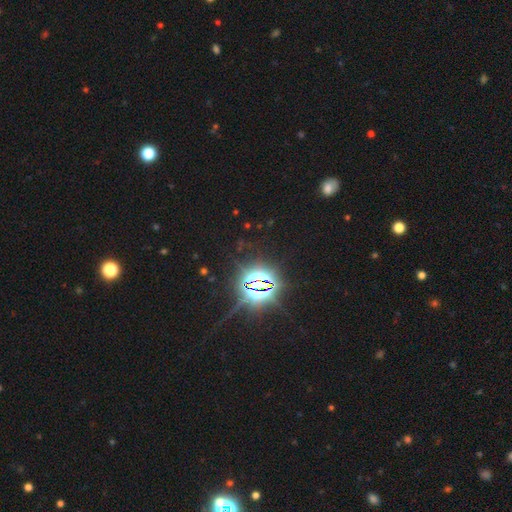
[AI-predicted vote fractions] A star or artifact, not a galaxy (87%).

Vote fractions:
- Smooth or featured? star or artifact: 87% / smooth: 8% / featured or disk: 6%